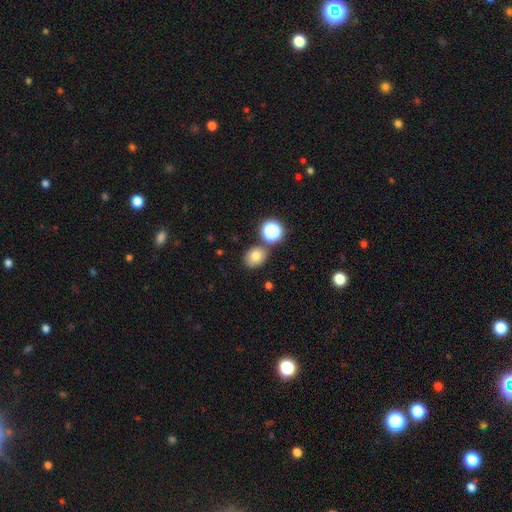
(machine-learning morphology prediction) The model was most divided on "how rounded": in between: 50%, round: 49%, cigar-shaped: 1%. More confident: smooth or featured — smooth (76%); merging — none (75%).